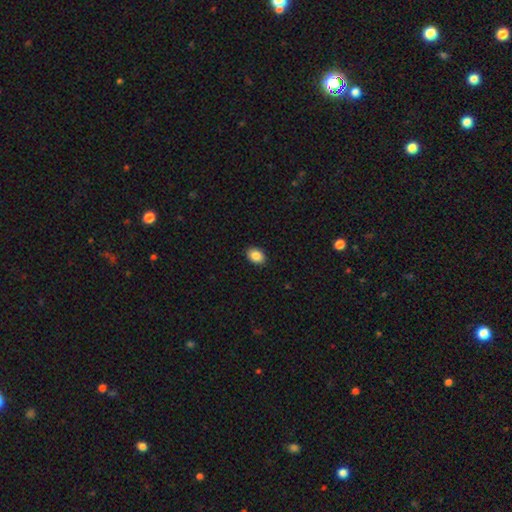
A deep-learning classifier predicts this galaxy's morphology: smooth_or_featured: smooth (p=0.88) [alt: star or artifact p=0.08]
how_rounded: in between (p=0.77) [alt: round p=0.22]
merging: none (p=0.90) [alt: minor disturbance p=0.07]